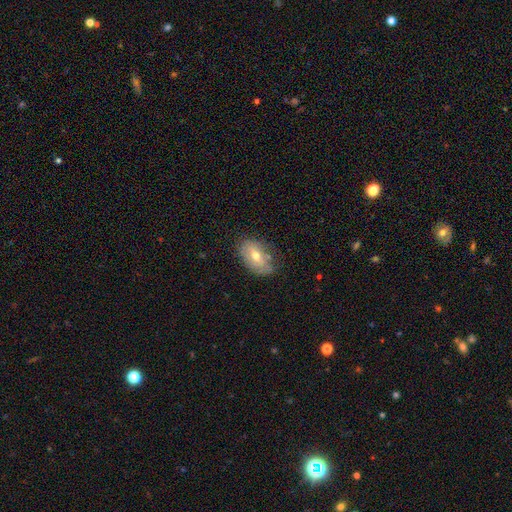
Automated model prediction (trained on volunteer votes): smooth 56%, featured or disk 36%, star or artifact 8%. Down the decision tree: how rounded — in between (89%); merging — none (63%).